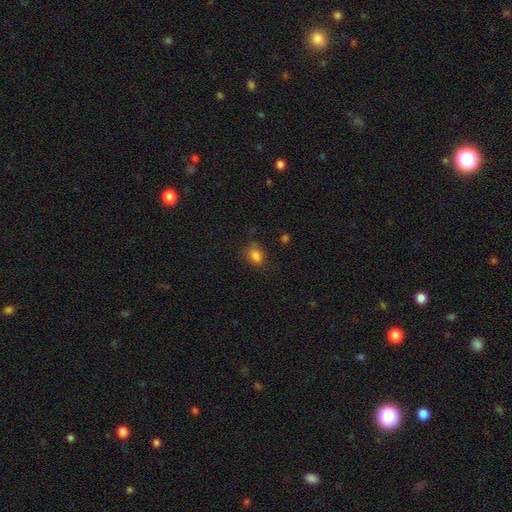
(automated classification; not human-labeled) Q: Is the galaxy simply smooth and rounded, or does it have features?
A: smooth — 83%.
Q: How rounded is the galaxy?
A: in between — 58%.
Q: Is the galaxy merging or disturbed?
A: none — 71%.